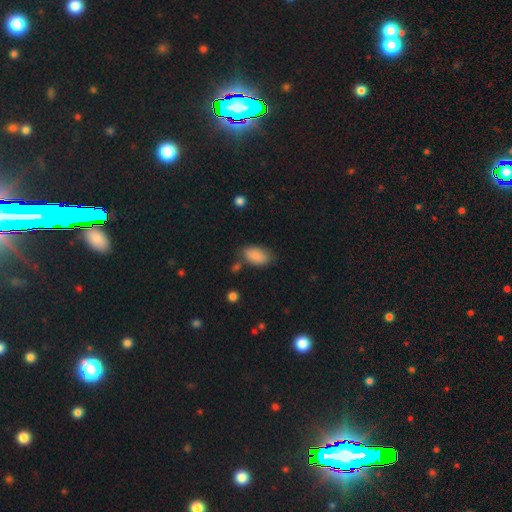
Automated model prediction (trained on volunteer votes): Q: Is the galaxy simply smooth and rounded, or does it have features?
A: smooth — 88%.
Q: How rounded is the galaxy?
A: in between — 93%.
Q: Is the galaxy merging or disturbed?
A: none — 71%.